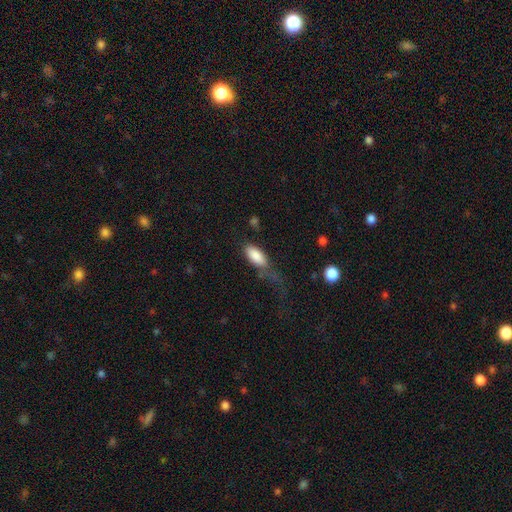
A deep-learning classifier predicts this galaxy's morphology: Smooth or featured? Predicted: smooth (p=0.85). How rounded? Predicted: in between (p=0.88). Merging? Predicted: none (p=0.36).